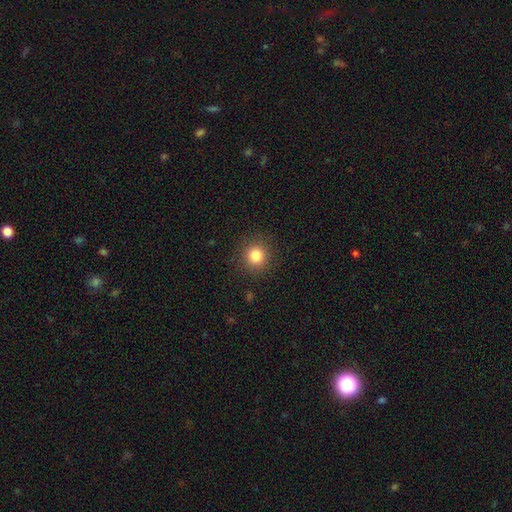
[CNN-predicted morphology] A smooth galaxy with no disk features (83%) that is round (92%).

Vote fractions:
- Smooth or featured? smooth: 83% / star or artifact: 12% / featured or disk: 6%
- How rounded? round: 92% / in between: 7% / cigar-shaped: 1%
- Merging? none: 90% / minor disturbance: 6% / major disturbance: 3% / merger: 1%